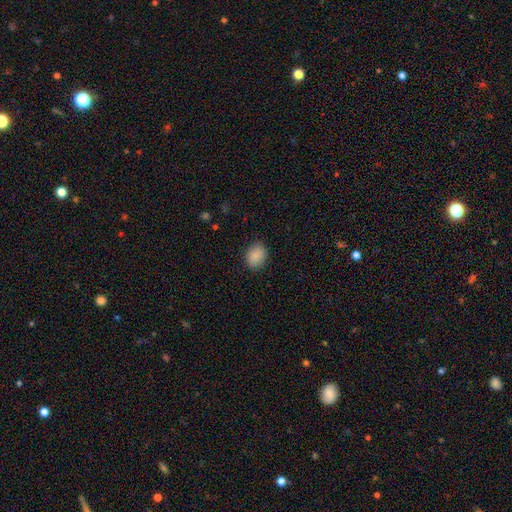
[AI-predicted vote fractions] The model was most divided on "how rounded": in between: 57%, round: 42%, cigar-shaped: 1%. More confident: smooth or featured — smooth (89%); merging — none (87%).